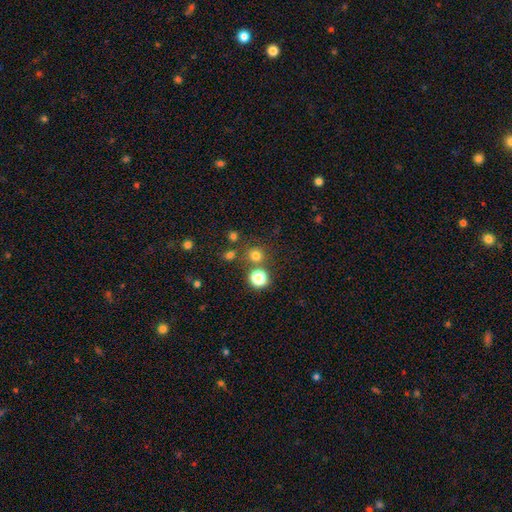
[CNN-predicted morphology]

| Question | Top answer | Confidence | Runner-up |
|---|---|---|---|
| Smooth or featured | smooth | 73% | star or artifact (21%) |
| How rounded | round | 91% | in between (8%) |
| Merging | none | 76% | merger (13%) |